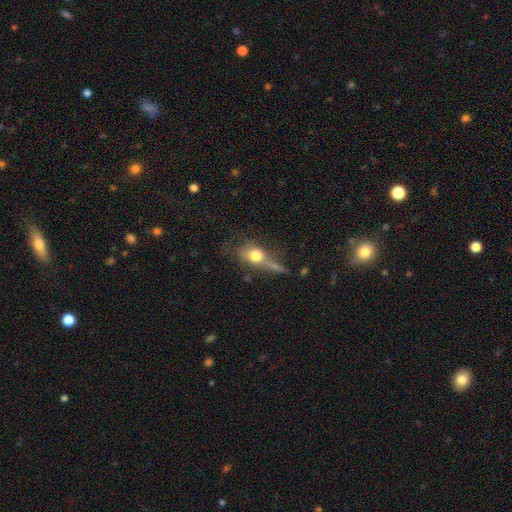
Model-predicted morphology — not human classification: Smooth or featured?
  - smooth: 68% *
  - featured or disk: 21%
  - star or artifact: 11%
How rounded?
  - in between: 47% *
  - round: 45%
  - cigar-shaped: 8%
Merging?
  - none: 37% *
  - merger: 22%
  - major disturbance: 21%
  - minor disturbance: 20%